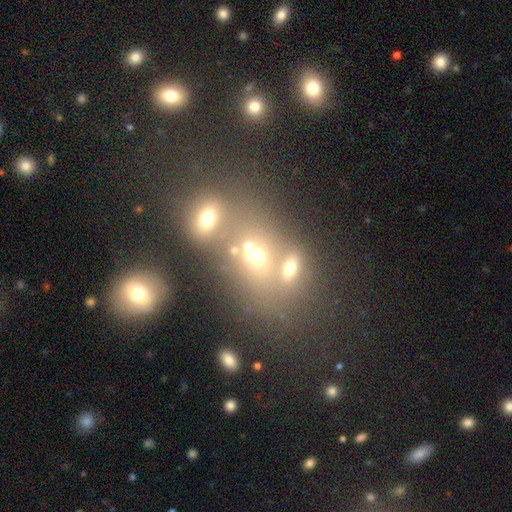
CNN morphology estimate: Smooth or featured? smooth (55%)
How rounded? in between (53%)
Merging? merger (49%)